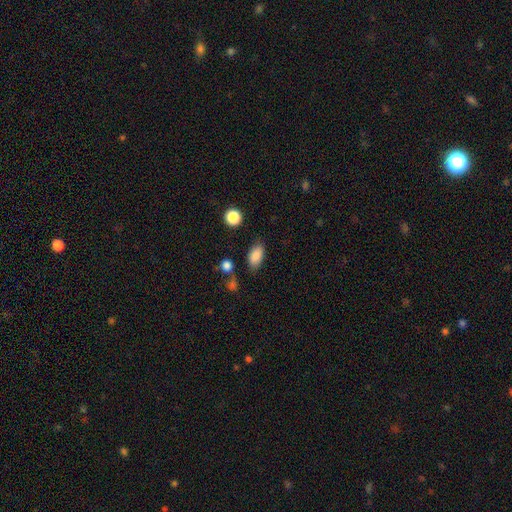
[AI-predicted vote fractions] Smooth or featured: smooth — 87% (star or artifact — 8%)
How rounded: in between — 90% (round — 7%)
Merging: none — 76% (minor disturbance — 15%)